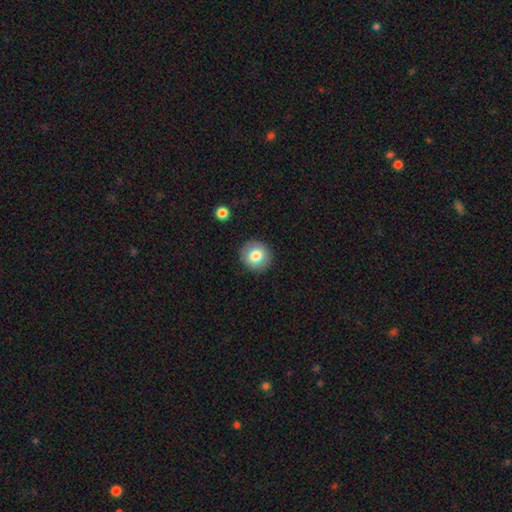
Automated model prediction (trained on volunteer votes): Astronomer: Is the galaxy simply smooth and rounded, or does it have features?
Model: smooth — 80%.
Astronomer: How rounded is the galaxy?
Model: round — 92%.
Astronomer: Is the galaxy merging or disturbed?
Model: none — 91%.